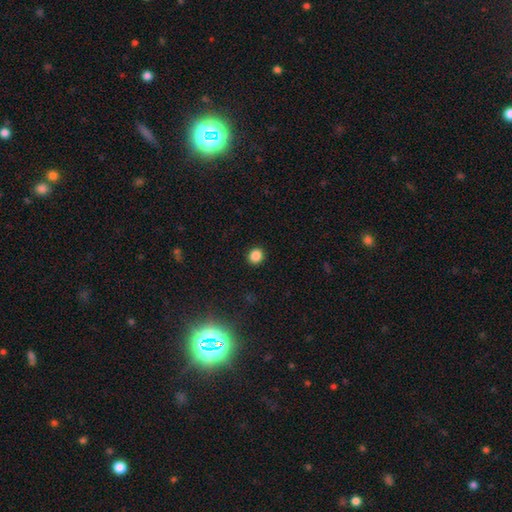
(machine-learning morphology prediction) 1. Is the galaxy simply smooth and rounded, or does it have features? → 85% smooth, 11% star or artifact, 3% featured or disk.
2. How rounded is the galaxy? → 85% round, 14% in between, 1% cigar-shaped.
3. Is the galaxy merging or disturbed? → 92% none, 5% minor disturbance, 2% major disturbance, 1% merger.